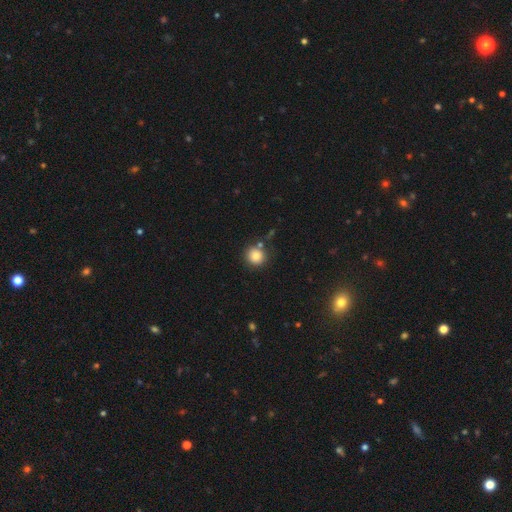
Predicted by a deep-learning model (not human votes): Smooth or featured: smooth — 84% (star or artifact — 10%)
How rounded: round — 92% (in between — 8%)
Merging: none — 78% (minor disturbance — 11%)